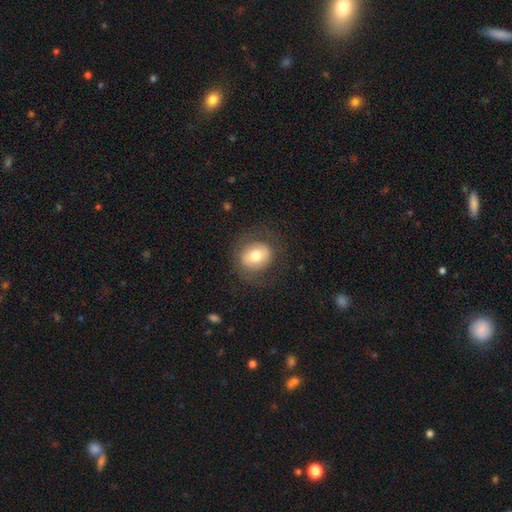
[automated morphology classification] This is likely a smooth galaxy (67%). How rounded: likely round (71%). Merging: likely none (78%).